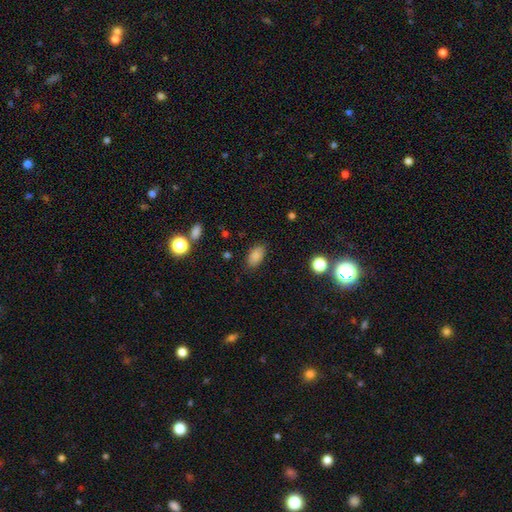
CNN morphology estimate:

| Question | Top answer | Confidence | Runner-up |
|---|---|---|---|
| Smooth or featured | smooth | 86% | star or artifact (10%) |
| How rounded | in between | 92% | round (6%) |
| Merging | none | 84% | minor disturbance (11%) |